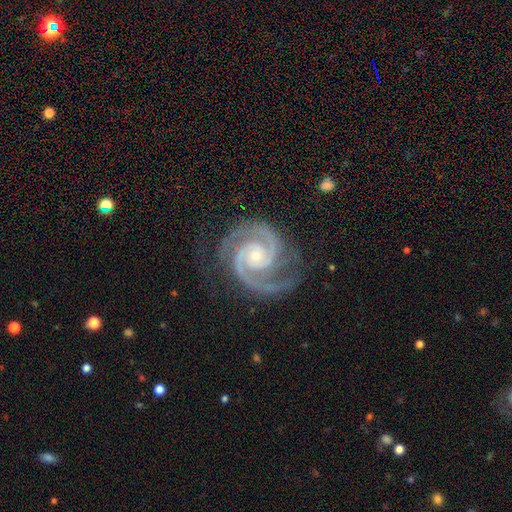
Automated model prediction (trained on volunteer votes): The model was most divided on "spiral winding": tight: 59%, medium: 38%, loose: 3%. More confident: spiral arms — yes (99%); edge-on disk — no (98%); smooth or featured — featured or disk (94%); spiral arm count — 2 (91%); merging — none (78%); bulge size — small (72%); bar — no (68%).